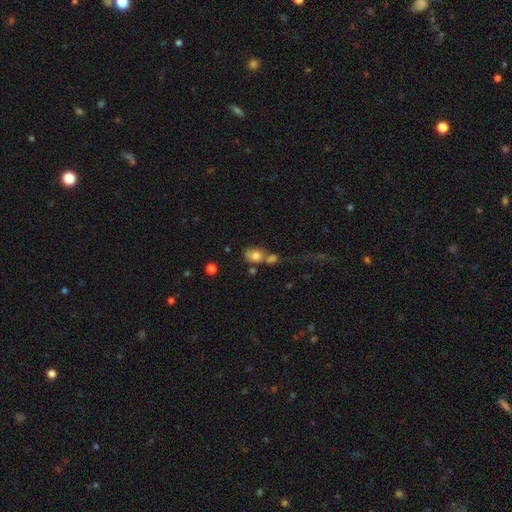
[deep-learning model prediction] The model was most divided on "merging": merger: 44%, none: 34%, minor disturbance: 13%, major disturbance: 9%. More confident: smooth or featured — smooth (74%); how rounded — in between (58%).